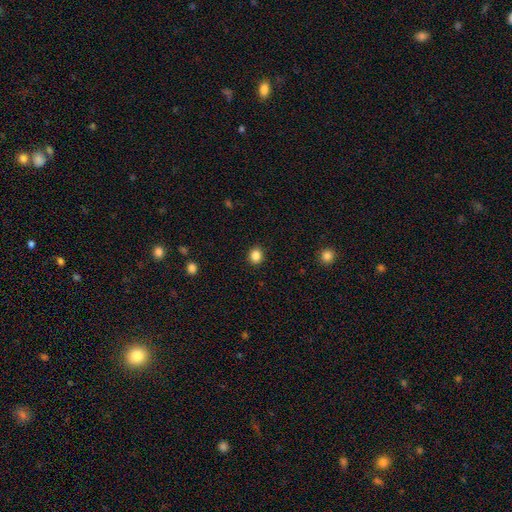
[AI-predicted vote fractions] smooth-or-featured: smooth: 85% | star or artifact: 11% | featured or disk: 4%
  how-rounded: round: 73% | in between: 26% | cigar-shaped: 1%
  merging: none: 91% | minor disturbance: 6% | major disturbance: 2% | merger: 1%